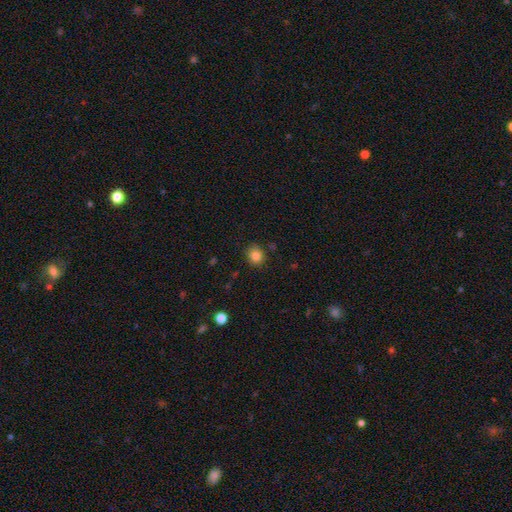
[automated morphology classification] This is clearly a smooth galaxy (84%). How rounded: likely round (76%). Merging: clearly none (85%).